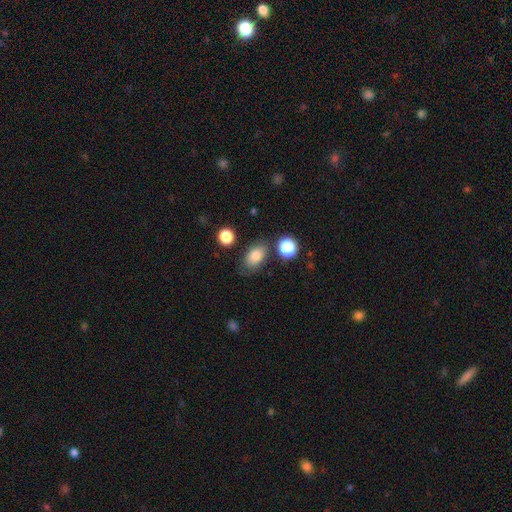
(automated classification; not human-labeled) smooth-or-featured: smooth: 79% | star or artifact: 11% | featured or disk: 10%
  how-rounded: in between: 84% | round: 14% | cigar-shaped: 2%
  merging: none: 75% | minor disturbance: 16% | merger: 5% | major disturbance: 4%